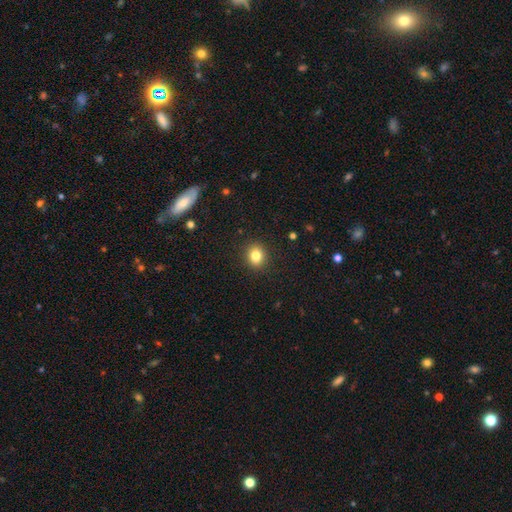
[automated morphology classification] Smooth or featured: smooth — 82% (star or artifact — 11%)
How rounded: round — 73% (in between — 27%)
Merging: none — 91% (minor disturbance — 6%)